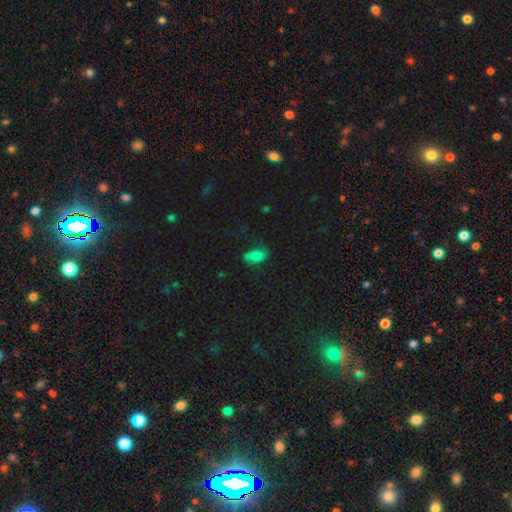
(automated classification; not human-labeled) smooth_or_featured: smooth (p=0.53) [alt: featured or disk p=0.30]
how_rounded: in between (p=0.86) [alt: round p=0.11]
merging: none (p=0.57) [alt: minor disturbance p=0.25]